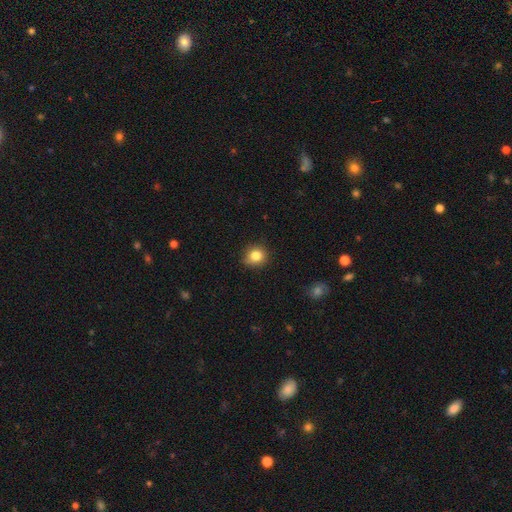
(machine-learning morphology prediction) The model was most divided on "merging": none: 82%, minor disturbance: 14%, major disturbance: 2%, merger: 1%. More confident: how rounded — round (84%); smooth or featured — smooth (83%).